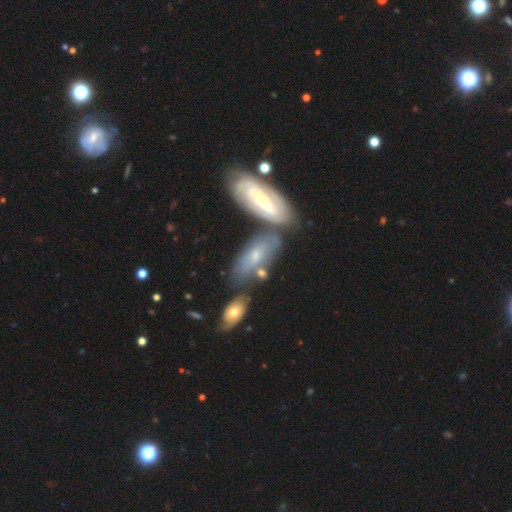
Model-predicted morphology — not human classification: smooth_or_featured: featured or disk (p=0.53) [alt: smooth p=0.39]
disk_edge_on: no (p=0.77) [alt: yes p=0.23]
merging: none (p=0.47) [alt: merger p=0.29]